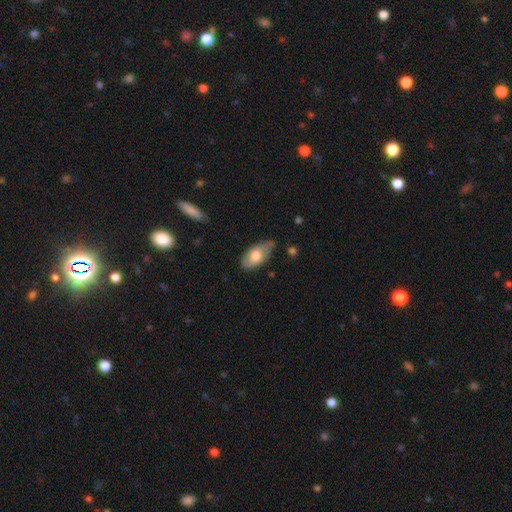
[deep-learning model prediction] Smooth or featured?
  - smooth: 62% *
  - featured or disk: 32%
  - star or artifact: 6%
How rounded?
  - in between: 92% *
  - cigar-shaped: 4%
  - round: 3%
Merging?
  - none: 65% *
  - minor disturbance: 28%
  - major disturbance: 5%
  - merger: 2%